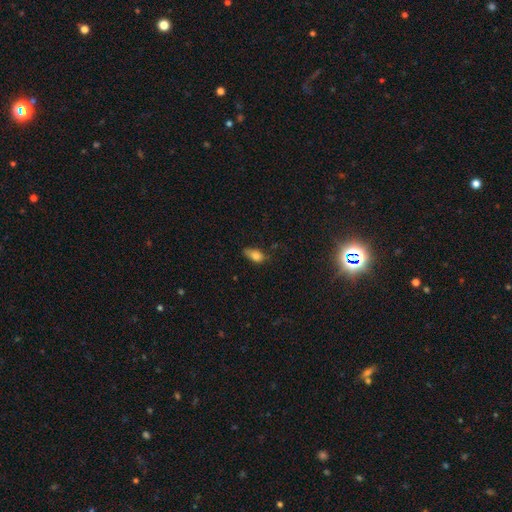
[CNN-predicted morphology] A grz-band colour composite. It shows a smooth galaxy with no disk features (81%) that is in between round and cigar-shaped (88%). Merging: none (55%).